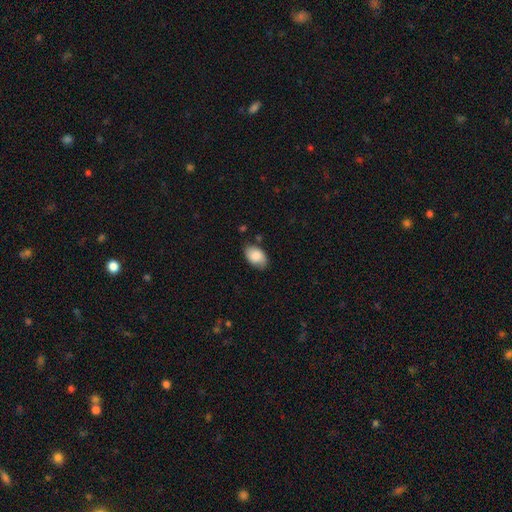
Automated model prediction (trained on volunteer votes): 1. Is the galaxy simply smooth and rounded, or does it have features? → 82% smooth, 11% featured or disk, 7% star or artifact.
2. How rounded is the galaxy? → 90% in between, 8% round, 1% cigar-shaped.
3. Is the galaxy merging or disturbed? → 72% none, 22% minor disturbance, 4% major disturbance, 2% merger.